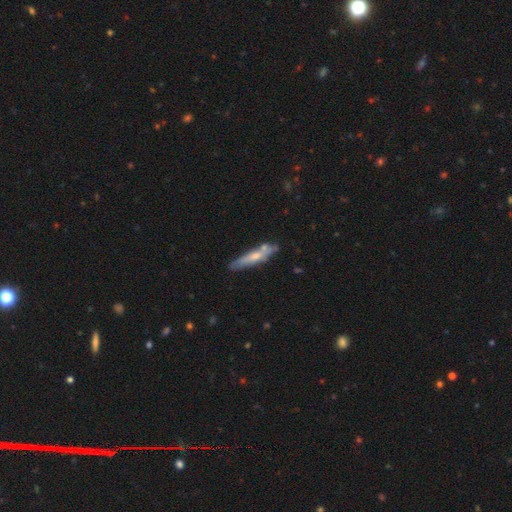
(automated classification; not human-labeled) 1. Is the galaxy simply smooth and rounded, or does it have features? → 50% smooth, 44% featured or disk, 6% star or artifact.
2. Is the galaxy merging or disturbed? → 68% none, 19% minor disturbance, 9% merger, 4% major disturbance.